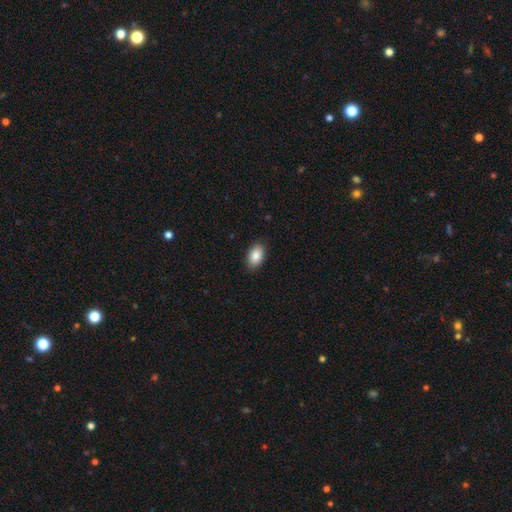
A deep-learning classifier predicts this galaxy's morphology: A smooth galaxy with no disk features (86%) that is in between round and cigar-shaped (92%).

Vote fractions:
- Smooth or featured? smooth: 86% / star or artifact: 7% / featured or disk: 7%
- How rounded? in between: 92% / round: 7% / cigar-shaped: 1%
- Merging? none: 88% / minor disturbance: 9% / major disturbance: 2% / merger: 1%